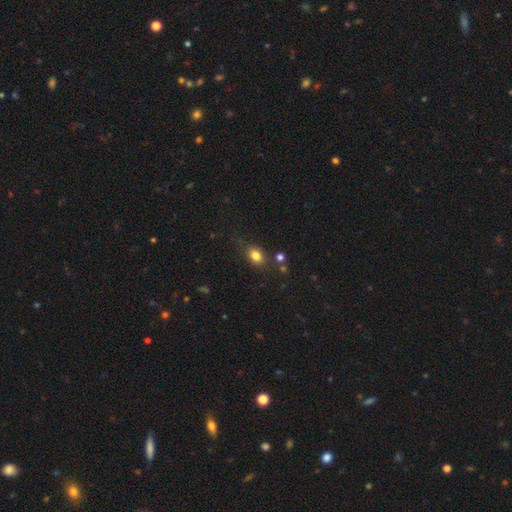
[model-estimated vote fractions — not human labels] Overall: smooth (82%). How rounded: in between (64%; round 34%). Merging: none (74%).